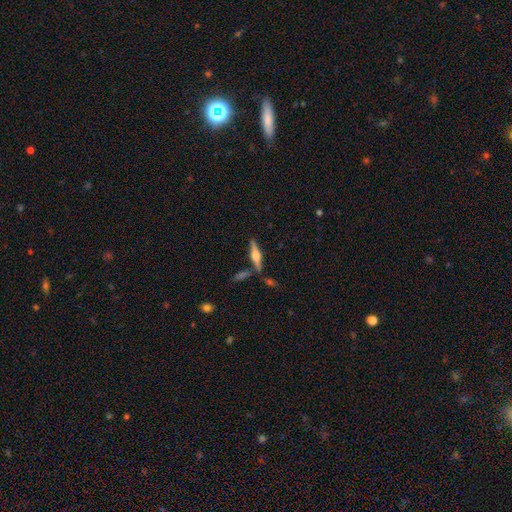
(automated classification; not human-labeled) Overall: featured or disk (72%). Edge-on disk: yes (97%). Edge-on bulge: rounded (91%). Merging: none (78%).